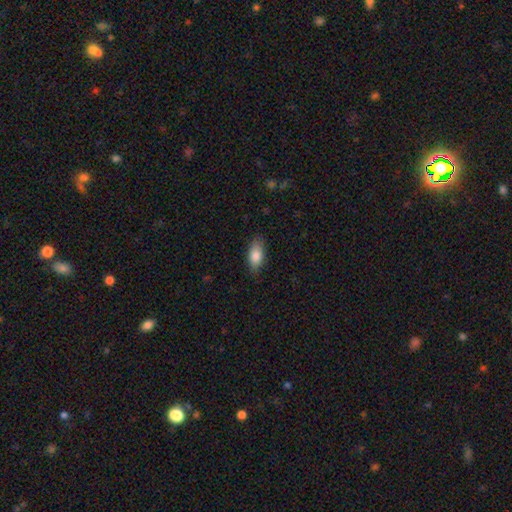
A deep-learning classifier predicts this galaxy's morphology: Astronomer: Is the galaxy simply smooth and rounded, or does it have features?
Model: smooth — 84%.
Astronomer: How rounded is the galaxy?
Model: in between — 88%.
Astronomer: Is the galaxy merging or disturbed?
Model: none — 83%.